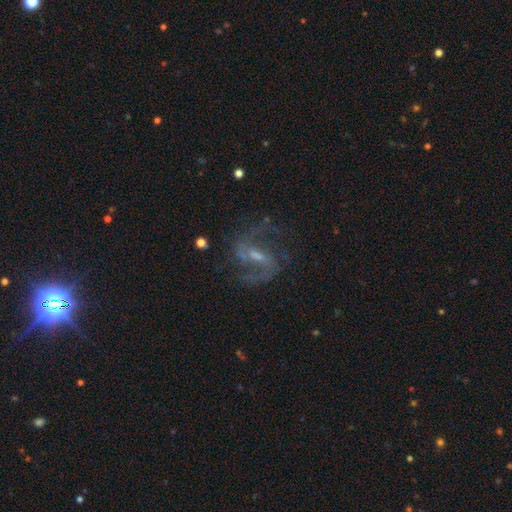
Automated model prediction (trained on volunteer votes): This is clearly a featured or disk galaxy (86%). It is clearly not viewed edge-on (97%). Bar: possibly weak (51%). Spiral arm pattern: clearly yes (96%). Spiral arm count: clearly 2 (89%). Spiral winding: possibly medium (54%). Central bulge: possibly small (45%). Merging: likely none (69%).